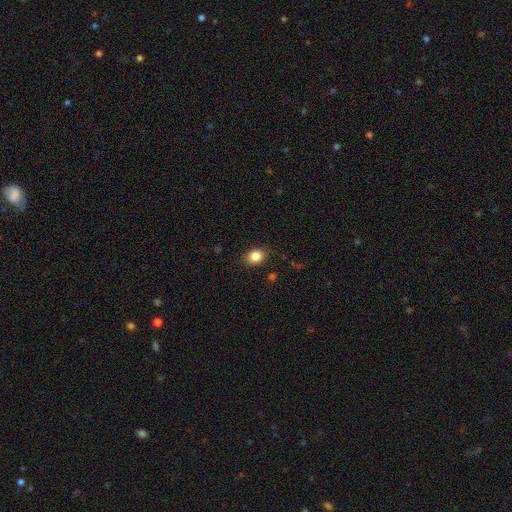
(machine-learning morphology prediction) Smooth or featured? Predicted: smooth (p=0.84). How rounded? Predicted: in between (p=0.50). Merging? Predicted: none (p=0.86).